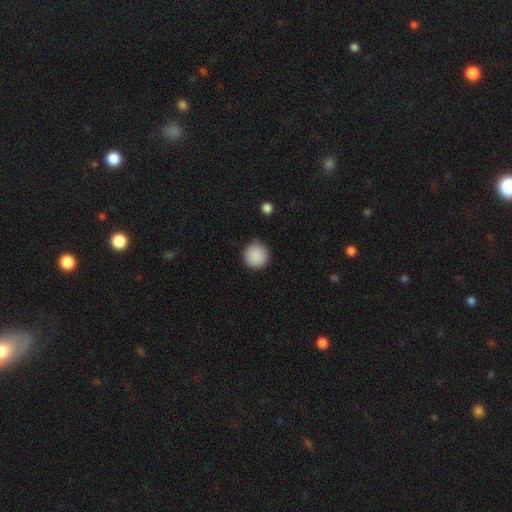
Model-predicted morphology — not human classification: This appears to be a smooth galaxy with no disk features (89%) that is round (96%). Merging: none (87%).